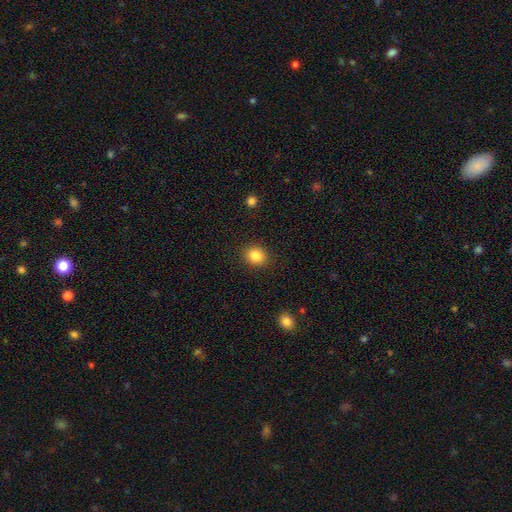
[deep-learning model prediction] smooth_or_featured: smooth (p=0.85) [alt: star or artifact p=0.10]
how_rounded: round (p=0.74) [alt: in between p=0.25]
merging: none (p=0.90) [alt: minor disturbance p=0.06]